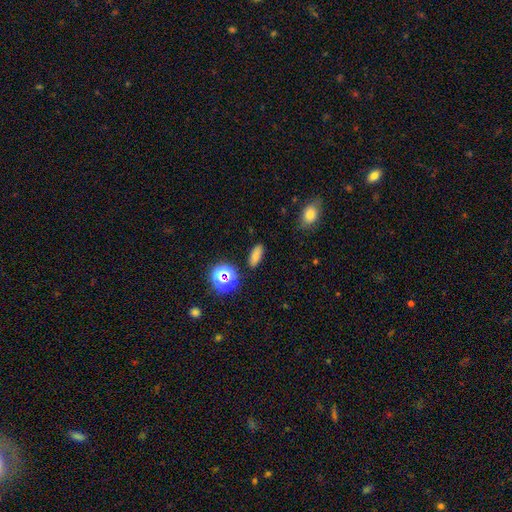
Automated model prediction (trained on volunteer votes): A smooth galaxy with no disk features (75%) that is in between round and cigar-shaped (76%).

Vote fractions:
- Smooth or featured? smooth: 75% / star or artifact: 18% / featured or disk: 7%
- How rounded? in between: 76% / cigar-shaped: 16% / round: 8%
- Merging? none: 86% / minor disturbance: 9% / major disturbance: 3% / merger: 2%